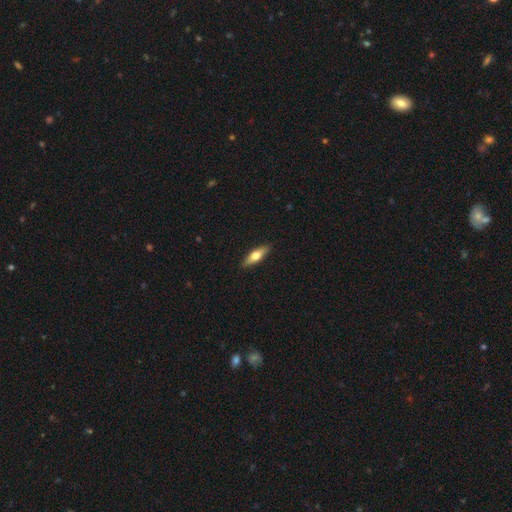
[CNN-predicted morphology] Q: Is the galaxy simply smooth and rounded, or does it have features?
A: smooth — 54%.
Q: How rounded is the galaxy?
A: cigar-shaped — 55%.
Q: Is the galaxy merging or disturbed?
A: none — 89%.